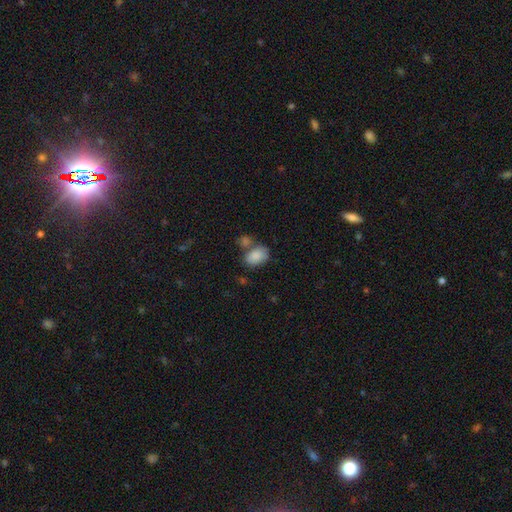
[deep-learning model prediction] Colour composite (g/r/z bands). It shows a smooth galaxy with no disk features (86%) that is in between round and cigar-shaped (86%). Merging: none (50%).